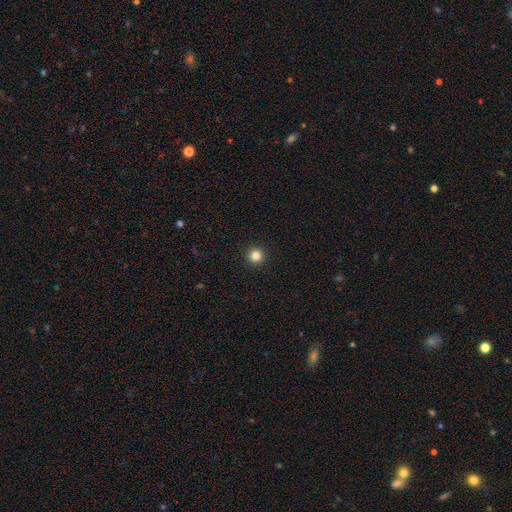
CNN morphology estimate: type=smooth (82%); roundness=round (96%); merging=none (94%).